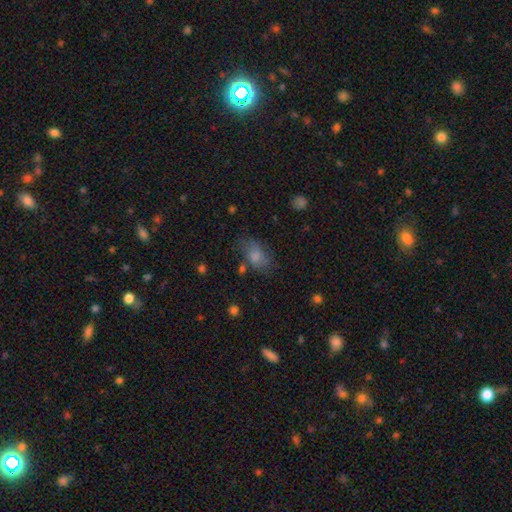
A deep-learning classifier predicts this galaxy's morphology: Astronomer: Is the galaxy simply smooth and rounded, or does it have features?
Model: smooth — 75%.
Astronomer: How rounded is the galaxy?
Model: in between — 85%.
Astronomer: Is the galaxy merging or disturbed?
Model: none — 54%.